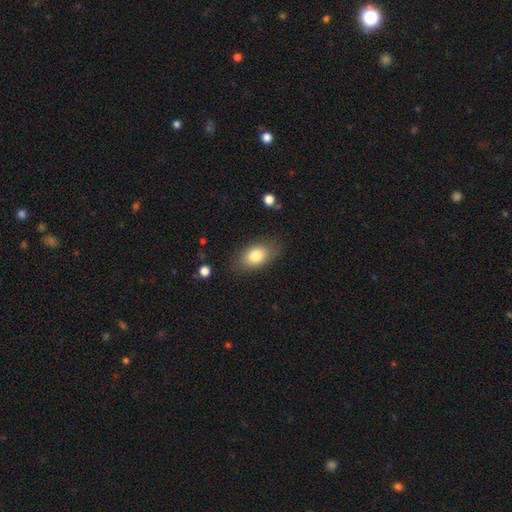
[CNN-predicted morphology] Smooth or featured?
  - smooth: 79% *
  - featured or disk: 13%
  - star or artifact: 8%
How rounded?
  - in between: 86% *
  - round: 11%
  - cigar-shaped: 2%
Merging?
  - none: 80% *
  - minor disturbance: 14%
  - major disturbance: 4%
  - merger: 1%